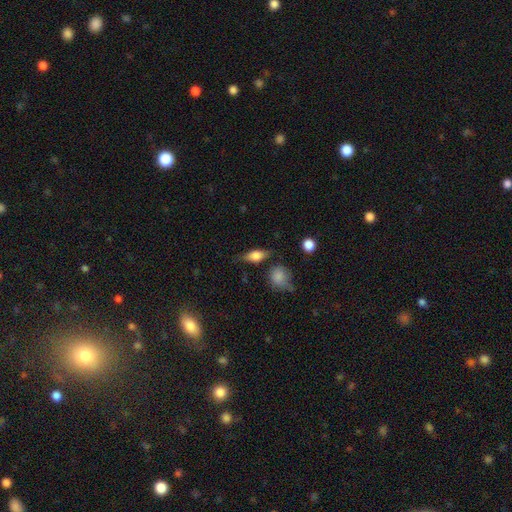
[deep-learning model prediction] smooth 65%, featured or disk 26%, star or artifact 9%. Down the decision tree: how rounded — in between (75%); merging — none (68%).